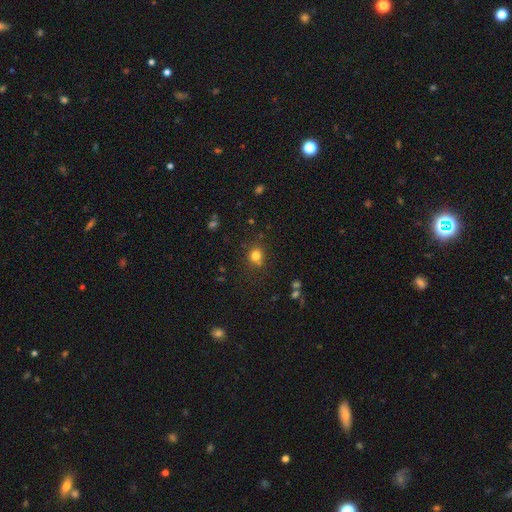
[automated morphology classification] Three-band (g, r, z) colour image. It shows a smooth galaxy with no disk features (77%) that is round (83%). Merging: none (76%).